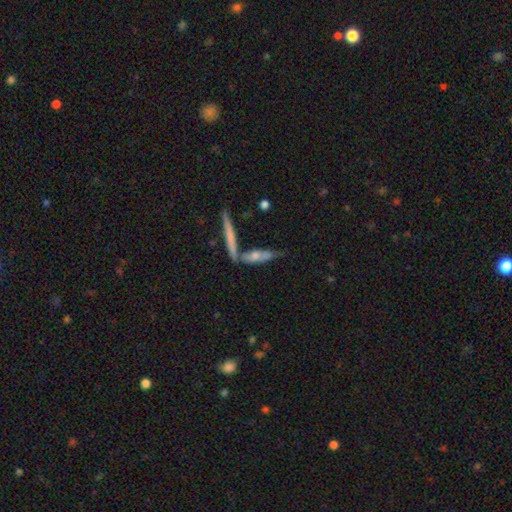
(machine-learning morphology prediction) Smooth or featured? featured or disk (51%)
Edge-on disk? yes (79%)
Merging? none (55%)